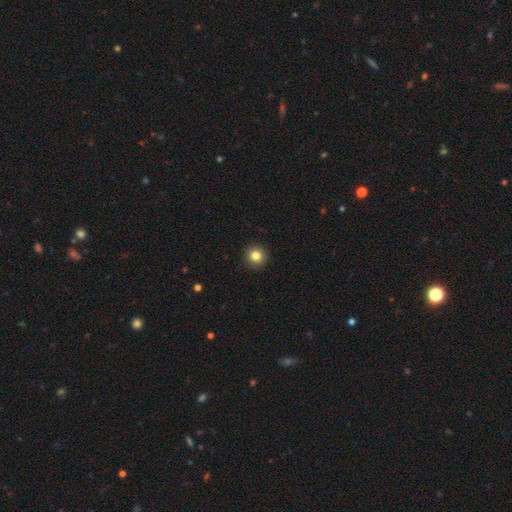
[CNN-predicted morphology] Overall: smooth (83%). How rounded: round (95%). Merging: none (93%).